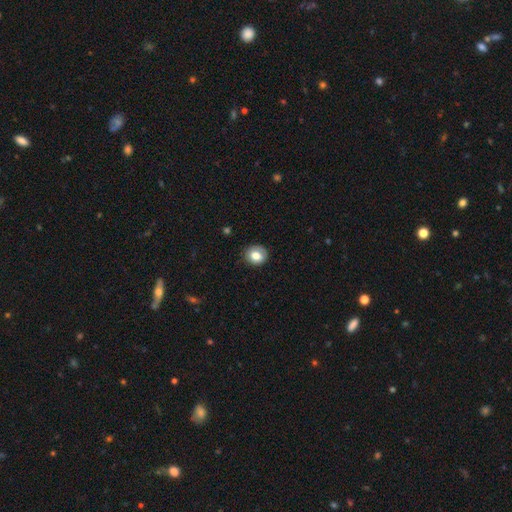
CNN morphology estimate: Overall: smooth (77%). How rounded: round (77%). Merging: none (84%).